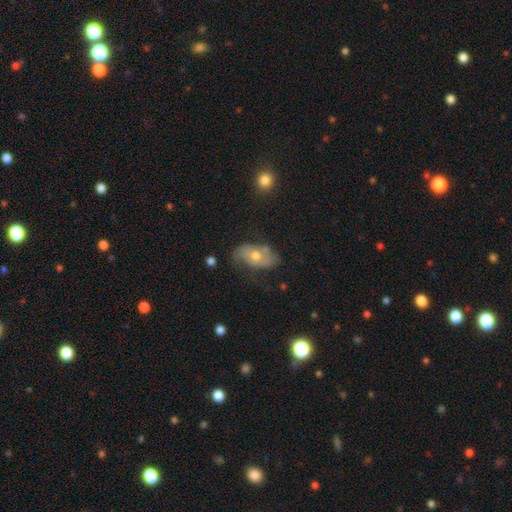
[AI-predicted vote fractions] Overall: featured or disk (54%; smooth 37%). Edge-on disk: no (89%). Merging: none (58%; minor disturbance 27%).